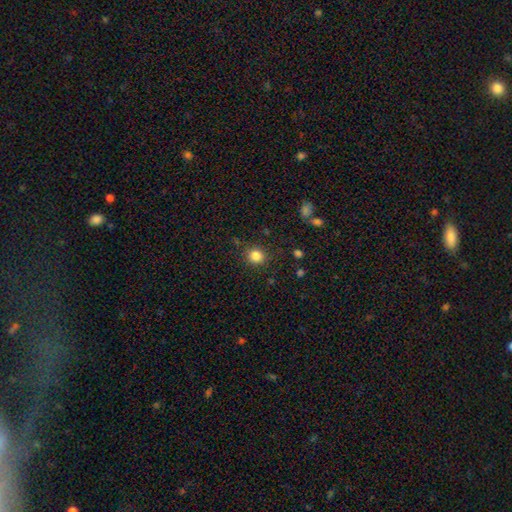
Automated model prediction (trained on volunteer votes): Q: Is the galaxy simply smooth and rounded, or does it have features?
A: smooth — 84%.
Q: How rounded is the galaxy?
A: round — 86%.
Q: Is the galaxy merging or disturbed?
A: none — 86%.